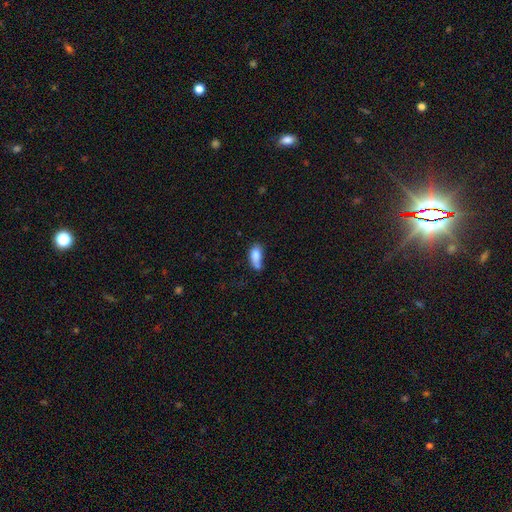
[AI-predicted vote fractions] smooth_or_featured: smooth (p=0.79) [alt: featured or disk p=0.13]
how_rounded: in between (p=0.86) [alt: cigar-shaped p=0.08]
merging: none (p=0.31) [alt: minor disturbance p=0.28]